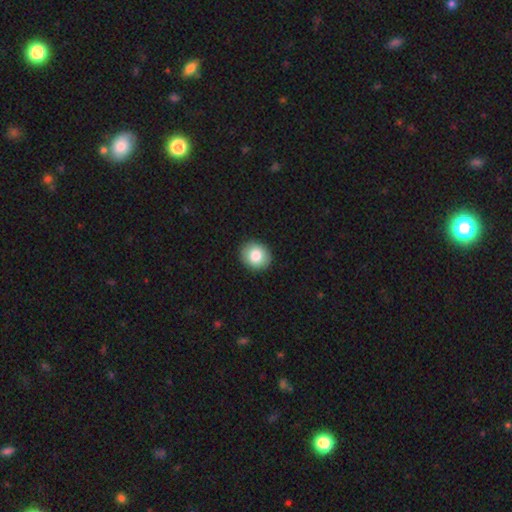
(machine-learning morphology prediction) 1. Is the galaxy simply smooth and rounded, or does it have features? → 83% smooth, 9% featured or disk, 8% star or artifact.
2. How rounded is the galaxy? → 78% round, 21% in between, 1% cigar-shaped.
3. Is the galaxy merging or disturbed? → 91% none, 6% minor disturbance, 2% major disturbance, 1% merger.